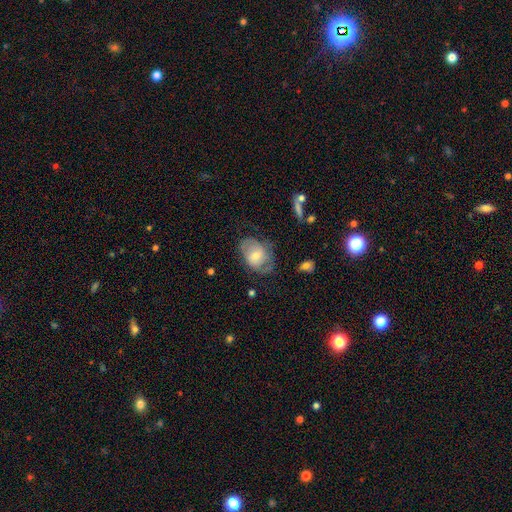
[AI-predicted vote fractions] smooth_or_featured: smooth (p=0.53) [alt: featured or disk p=0.39]
how_rounded: in between (p=0.74) [alt: round p=0.25]
merging: none (p=0.51) [alt: minor disturbance p=0.30]